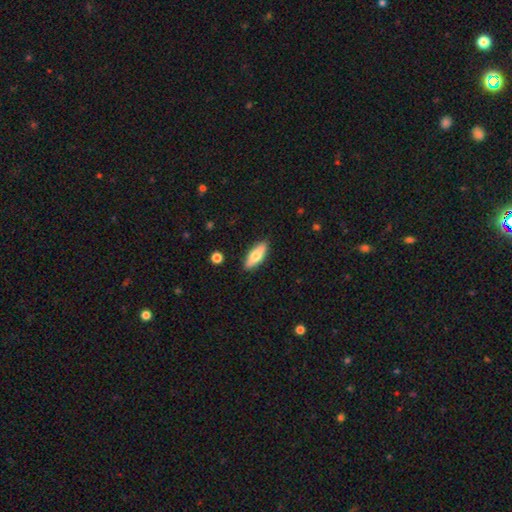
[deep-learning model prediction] Morphology: type=smooth (69%); roundness=in between (61%); merging=none (88%).